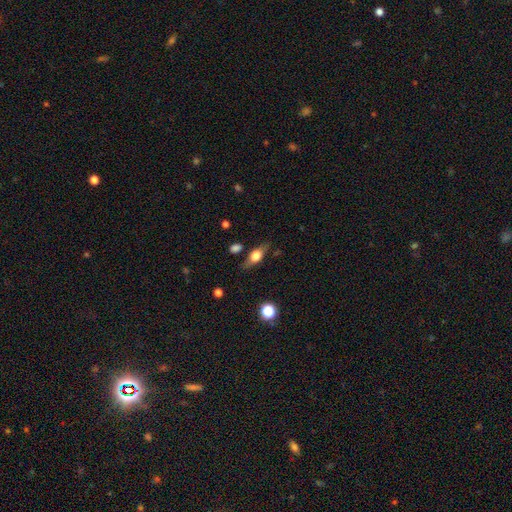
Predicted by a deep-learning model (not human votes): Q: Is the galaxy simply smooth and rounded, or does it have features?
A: smooth — 52%.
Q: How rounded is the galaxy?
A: in between — 67%.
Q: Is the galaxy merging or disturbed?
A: none — 75%.